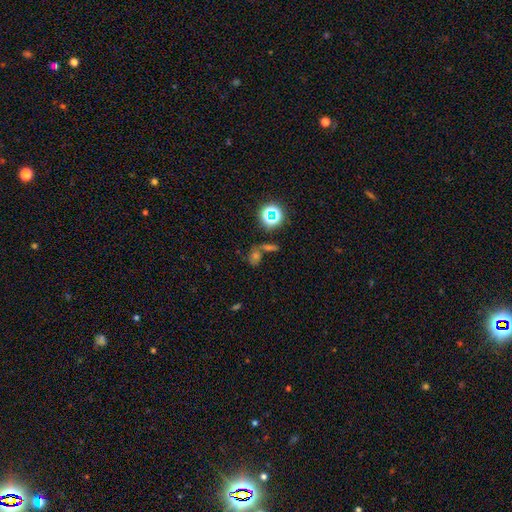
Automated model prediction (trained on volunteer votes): This appears to be a star or artifact, not a galaxy (41%, tied with smooth).